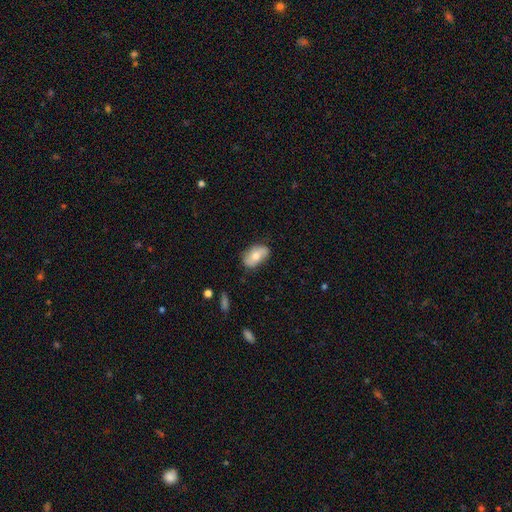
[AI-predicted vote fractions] Smooth or featured?
  - smooth: 67% *
  - featured or disk: 26%
  - star or artifact: 7%
How rounded?
  - in between: 91% *
  - round: 6%
  - cigar-shaped: 3%
Merging?
  - none: 74% *
  - minor disturbance: 20%
  - major disturbance: 4%
  - merger: 2%